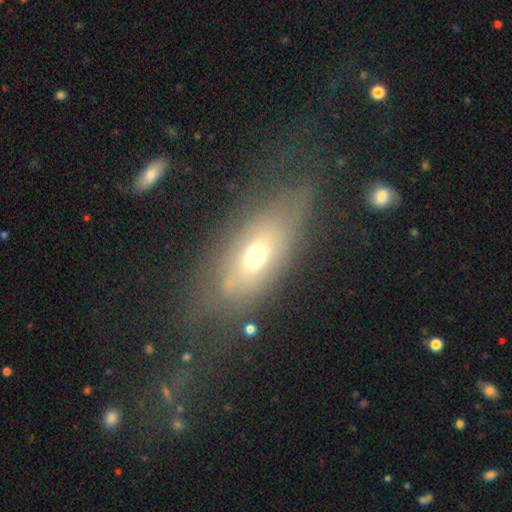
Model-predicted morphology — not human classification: smooth_or_featured: smooth (p=0.49) [alt: featured or disk p=0.40]
merging: none (p=0.52) [alt: major disturbance p=0.23]